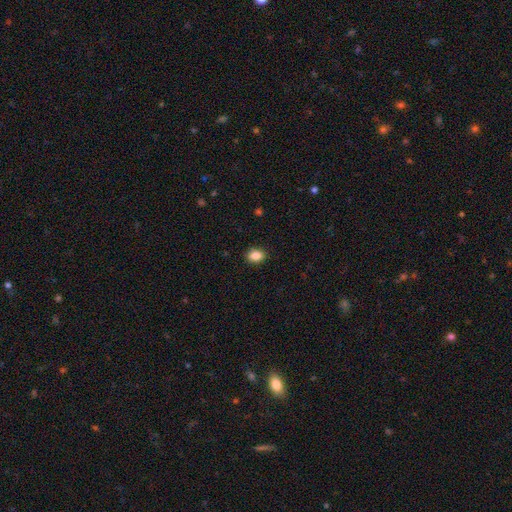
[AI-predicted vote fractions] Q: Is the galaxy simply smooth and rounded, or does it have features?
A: smooth — 86%.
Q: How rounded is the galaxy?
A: in between — 68%.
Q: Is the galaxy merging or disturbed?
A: none — 89%.